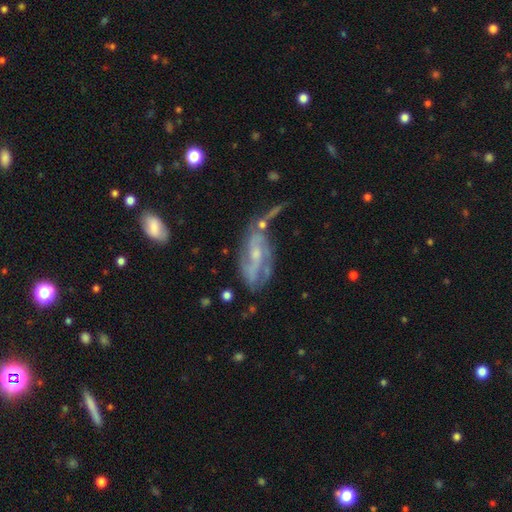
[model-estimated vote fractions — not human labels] Smooth or featured?
  - featured or disk: 80% *
  - smooth: 13%
  - star or artifact: 8%
Edge-on disk?
  - no: 91% *
  - yes: 9%
Bar?
  - no: 42% * (tied)
  - weak: 42% * (tied)
  - strong: 16%
Spiral arms?
  - yes: 88% *
  - no: 12%
Spiral winding?
  - medium: 43% *
  - tight: 31%
  - loose: 26%
Spiral arm count?
  - 2: 57% *
  - can't tell: 22%
  - 3: 10%
  - 1: 4%
  - 4: 3%
  - more than 4: 3%
Bulge size?
  - small: 58% *
  - moderate: 34%
  - none: 5%
  - large: 2%
  - dominant: 1%
Merging?
  - none: 47% *
  - minor disturbance: 24%
  - major disturbance: 16%
  - merger: 13%